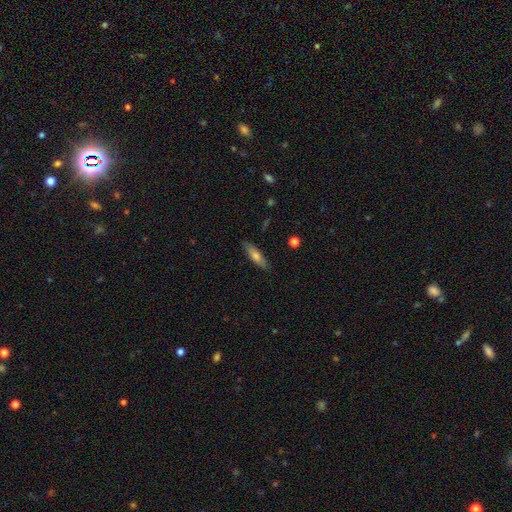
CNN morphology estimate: Q: Smooth or featured?
A: smooth (66%); runner-up: featured or disk (27%)
Q: How rounded?
A: cigar-shaped (63%); runner-up: in between (35%)
Q: Merging?
A: none (86%); runner-up: minor disturbance (11%)